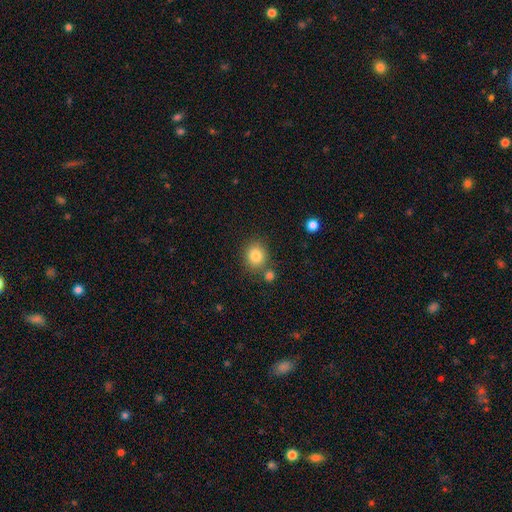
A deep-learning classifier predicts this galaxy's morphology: The model was most divided on "how rounded": round: 75%, in between: 24%, cigar-shaped: 1%. More confident: smooth or featured — smooth (84%); merging — none (73%).